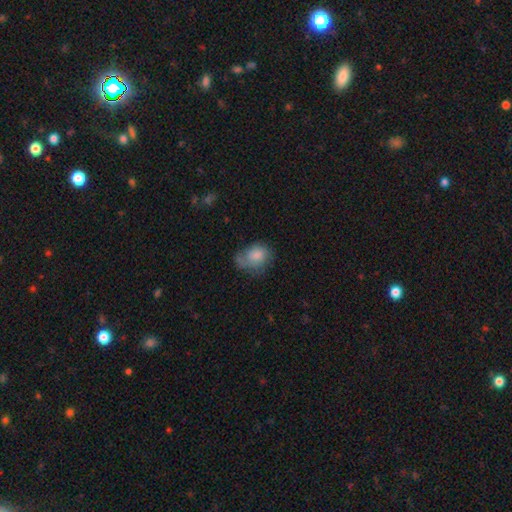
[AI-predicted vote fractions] A smooth galaxy with no disk features (70%) that is in between round and cigar-shaped (65%). Merging: none (39%).